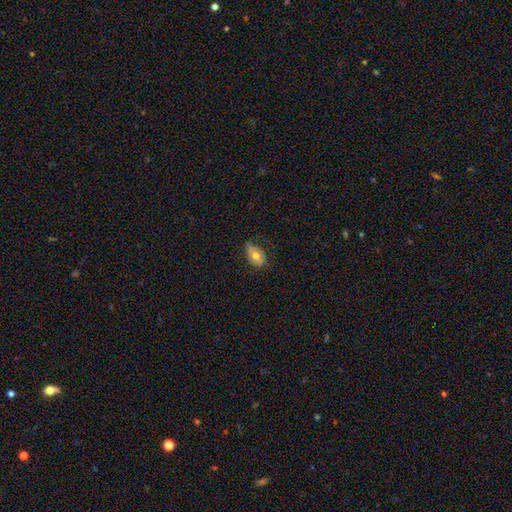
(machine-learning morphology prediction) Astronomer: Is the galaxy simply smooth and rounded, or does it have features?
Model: smooth — 64%.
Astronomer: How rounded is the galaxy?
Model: in between — 82%.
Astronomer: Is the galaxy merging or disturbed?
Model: none — 59%.